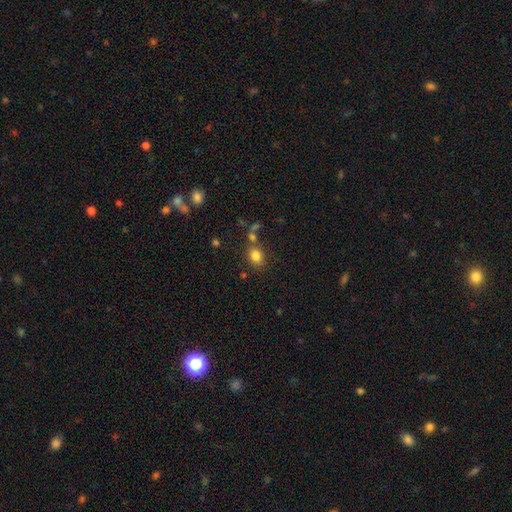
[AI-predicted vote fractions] Q: Smooth or featured?
A: smooth (82%); runner-up: star or artifact (12%)
Q: How rounded?
A: round (52%); runner-up: in between (47%)
Q: Merging?
A: none (68%); runner-up: merger (14%)